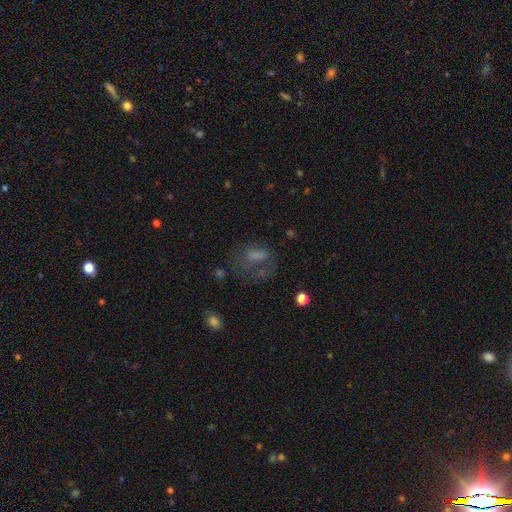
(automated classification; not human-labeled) A smooth galaxy with no disk features (57%) that is in between round and cigar-shaped (74%). Merging: major disturbance (39%).